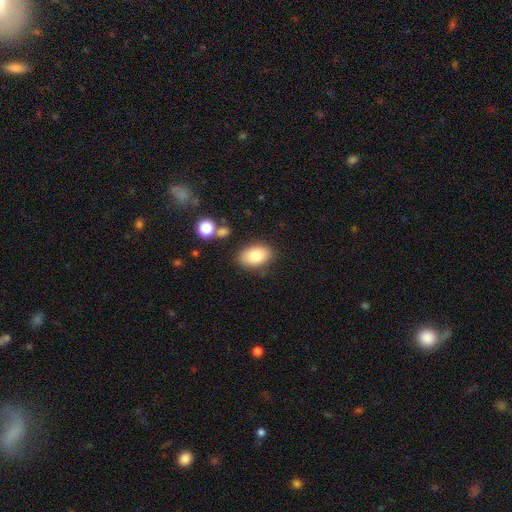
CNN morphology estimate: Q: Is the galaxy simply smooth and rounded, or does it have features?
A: smooth — 82%.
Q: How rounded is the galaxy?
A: in between — 87%.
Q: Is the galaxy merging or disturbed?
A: none — 82%.